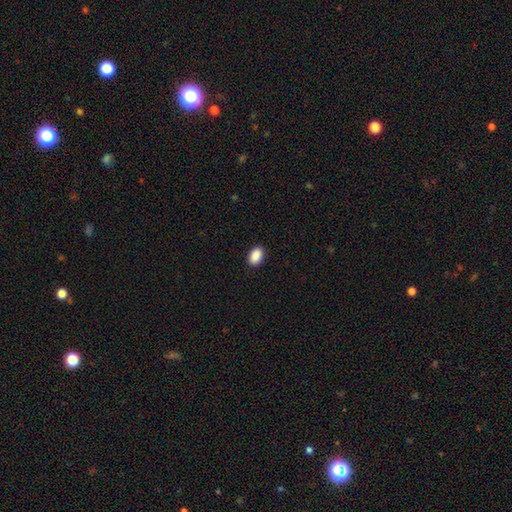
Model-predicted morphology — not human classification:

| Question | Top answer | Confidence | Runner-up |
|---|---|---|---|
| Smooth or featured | smooth | 90% | star or artifact (7%) |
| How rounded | in between | 89% | round (10%) |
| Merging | none | 90% | minor disturbance (7%) |